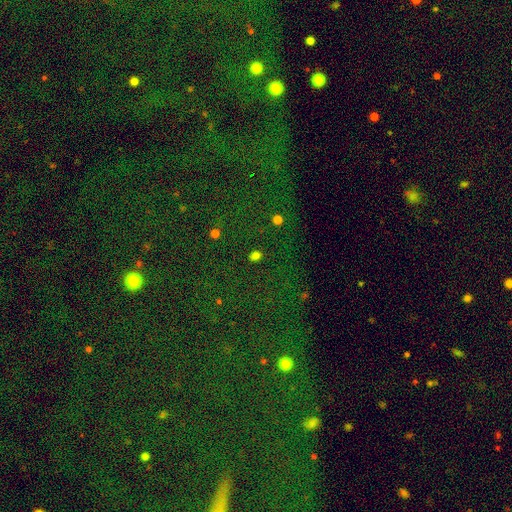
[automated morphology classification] Overall: smooth (73%). How rounded: in between (64%; round 34%). Merging: none (86%).